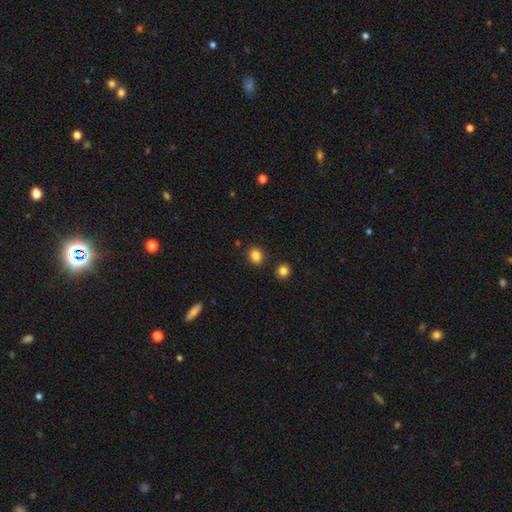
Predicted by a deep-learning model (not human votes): Q: Smooth or featured?
A: smooth (85%); runner-up: star or artifact (11%)
Q: How rounded?
A: round (60%); runner-up: in between (39%)
Q: Merging?
A: none (87%); runner-up: minor disturbance (8%)